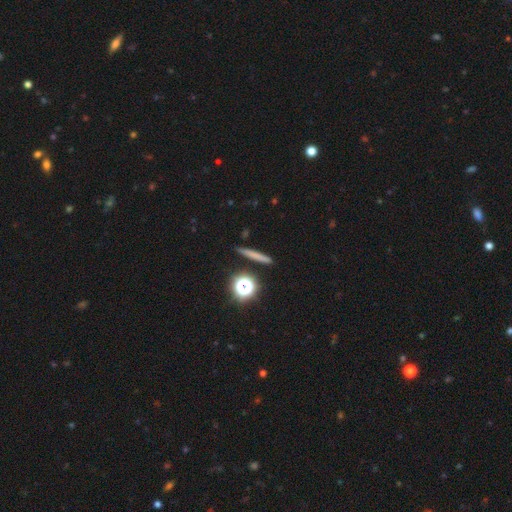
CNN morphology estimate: Overall: smooth (62%; featured or disk 23%). How rounded: cigar-shaped (82%). Merging: none (89%).